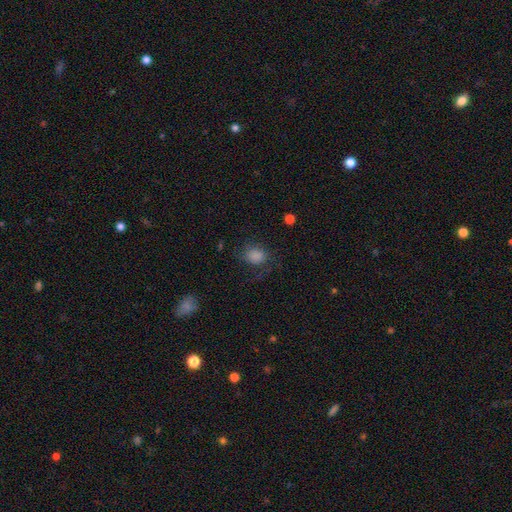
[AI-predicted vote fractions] This appears to be a smooth galaxy with no disk features (78%) that is round (55%). Merging: none (55%).